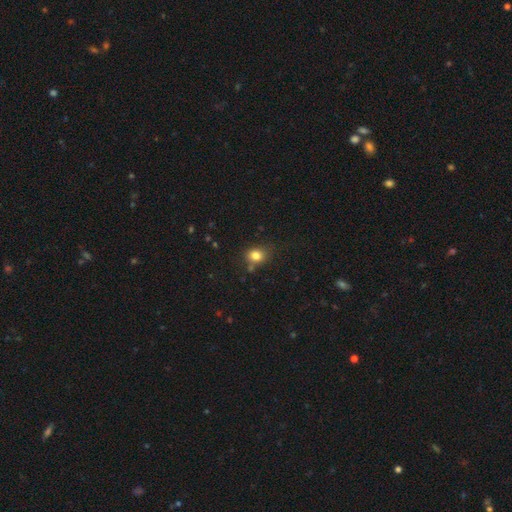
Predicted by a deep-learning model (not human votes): The model was most divided on "how rounded": round: 58%, in between: 41%, cigar-shaped: 1%. More confident: smooth or featured — smooth (81%); merging — none (72%).